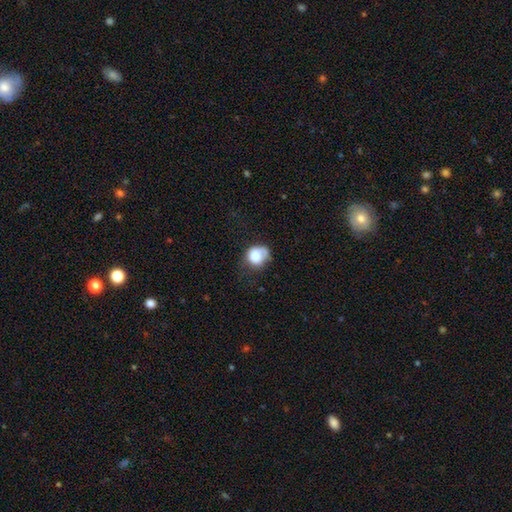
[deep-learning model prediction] A smooth galaxy with no disk features (77%) that is round (69%).

Vote fractions:
- Smooth or featured? smooth: 77% / featured or disk: 14% / star or artifact: 8%
- How rounded? round: 69% / in between: 30% / cigar-shaped: 1%
- Merging? none: 39% / minor disturbance: 34% / major disturbance: 23% / merger: 4%